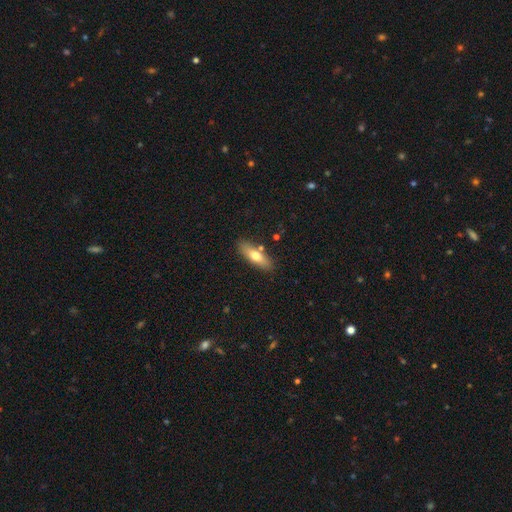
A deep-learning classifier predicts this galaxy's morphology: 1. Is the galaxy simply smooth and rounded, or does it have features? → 66% smooth, 28% featured or disk, 6% star or artifact.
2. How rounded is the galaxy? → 53% in between, 44% cigar-shaped, 3% round.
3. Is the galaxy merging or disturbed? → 81% none, 11% minor disturbance, 5% merger, 2% major disturbance.